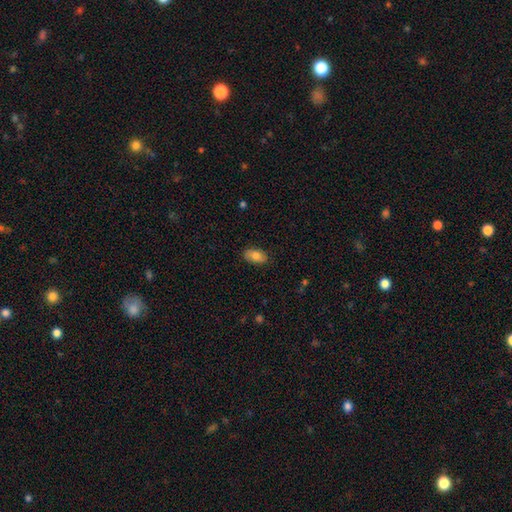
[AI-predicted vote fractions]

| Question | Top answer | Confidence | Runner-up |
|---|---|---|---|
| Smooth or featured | smooth | 81% | featured or disk (12%) |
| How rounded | in between | 93% | round (5%) |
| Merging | none | 85% | minor disturbance (11%) |